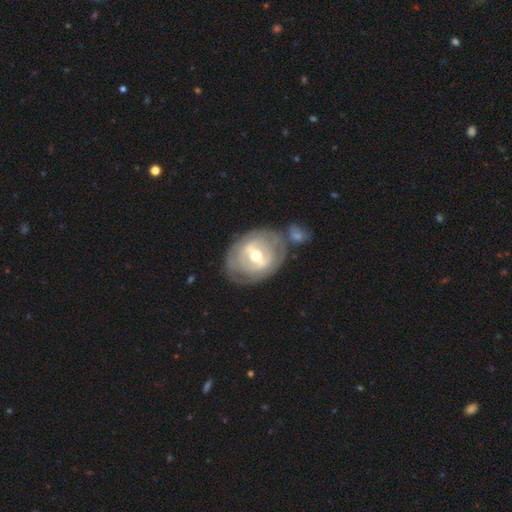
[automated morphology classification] type=featured or disk (76%); edge-on=no (95%); bar=strong (48%); spiral arms=yes (60%); bulge=moderate (73%); merging=none (59%).